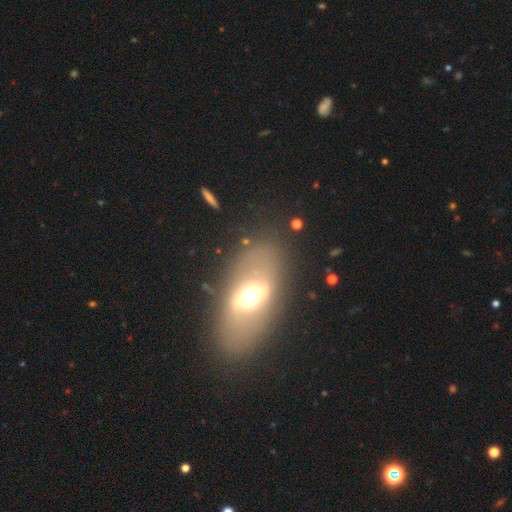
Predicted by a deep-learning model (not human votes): Overall: featured or disk (52%; smooth 36%). Edge-on disk: no (79%). Merging: none (77%).